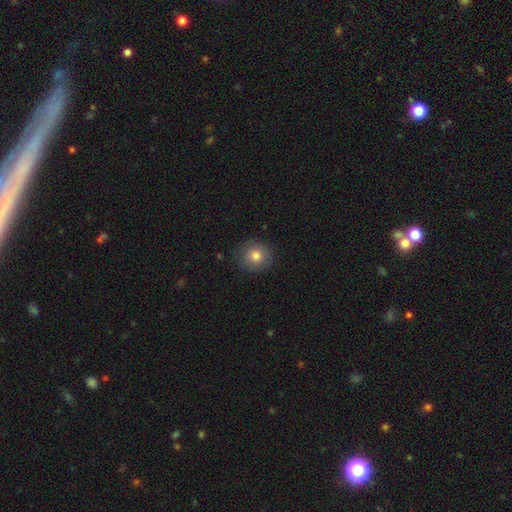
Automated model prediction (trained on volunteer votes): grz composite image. It shows a smooth galaxy with no disk features (81%) that is round (88%). Merging: none (85%).